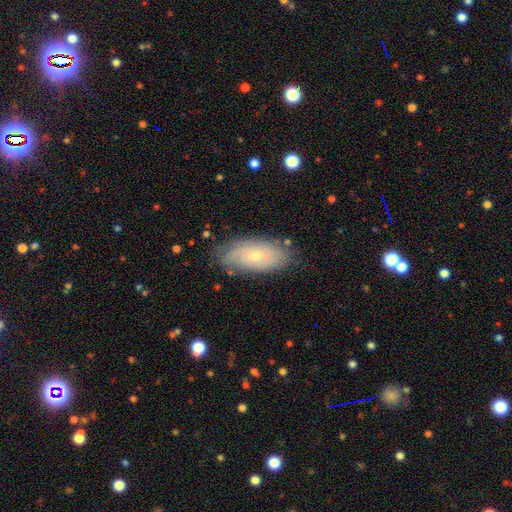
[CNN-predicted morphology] A featured or disk galaxy (52%). Merging: none (74%).